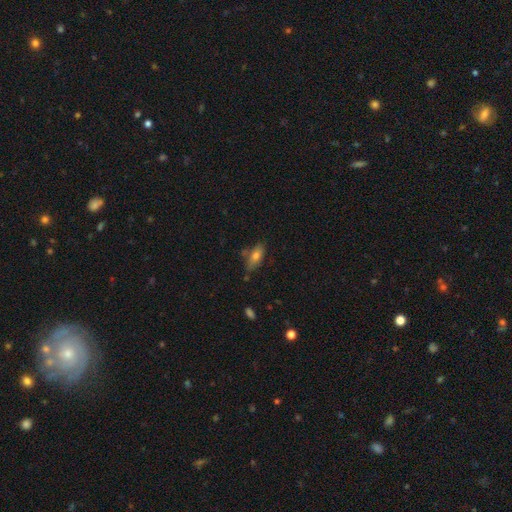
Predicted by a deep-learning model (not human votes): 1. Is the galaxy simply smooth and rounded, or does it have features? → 71% smooth, 21% featured or disk, 8% star or artifact.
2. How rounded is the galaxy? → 80% in between, 16% cigar-shaped, 4% round.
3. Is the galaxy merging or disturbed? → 68% none, 20% minor disturbance, 8% merger, 4% major disturbance.